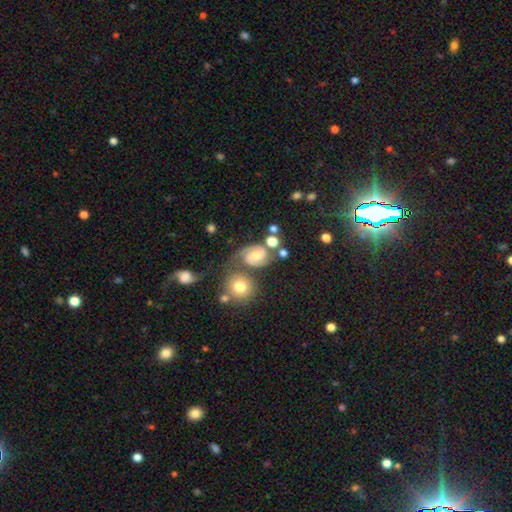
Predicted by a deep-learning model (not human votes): Smooth or featured? featured or disk (70%)
Edge-on disk? no (97%)
Bar? no (55%)
Spiral arms? yes (93%)
Spiral winding? medium (49%)
Spiral arm count? 2 (84%)
Bulge size? moderate (56%)
Merging? none (54%)